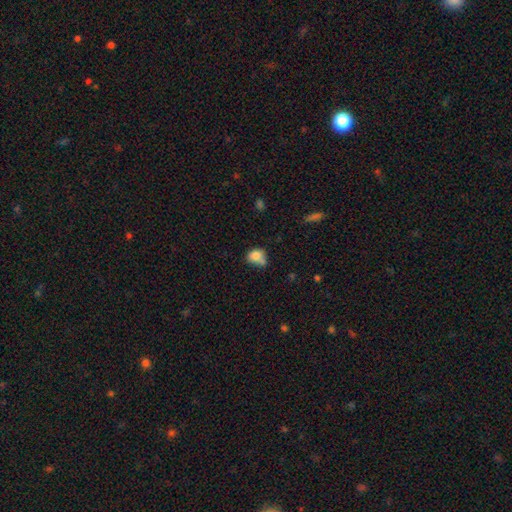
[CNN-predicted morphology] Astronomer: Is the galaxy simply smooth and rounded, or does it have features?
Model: smooth — 77%.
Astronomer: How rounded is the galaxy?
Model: round — 52% (runner-up: in between, 47%).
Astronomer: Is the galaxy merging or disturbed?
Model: none — 39% (runner-up: merger, 29%).